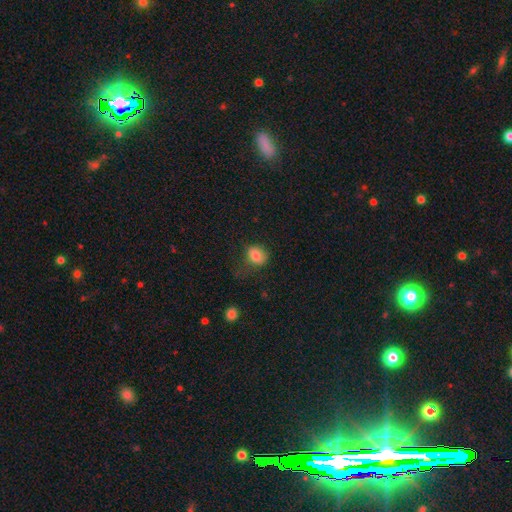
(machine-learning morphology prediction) smooth 82%, star or artifact 10%, featured or disk 8%. Down the decision tree: how rounded — in between (53%); merging — none (53%).